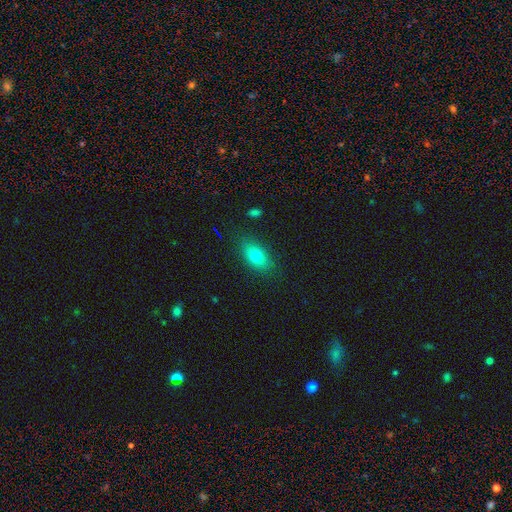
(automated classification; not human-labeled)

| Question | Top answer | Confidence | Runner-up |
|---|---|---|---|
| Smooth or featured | smooth | 77% | featured or disk (13%) |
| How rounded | in between | 84% | round (10%) |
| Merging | none | 84% | minor disturbance (12%) |